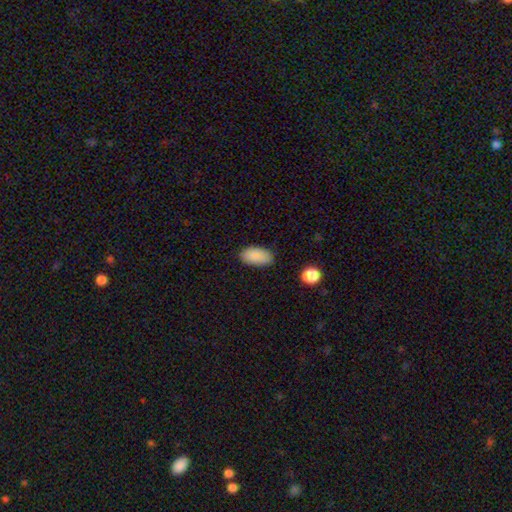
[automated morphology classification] Smooth or featured? smooth (88%)
How rounded? in between (94%)
Merging? none (79%)